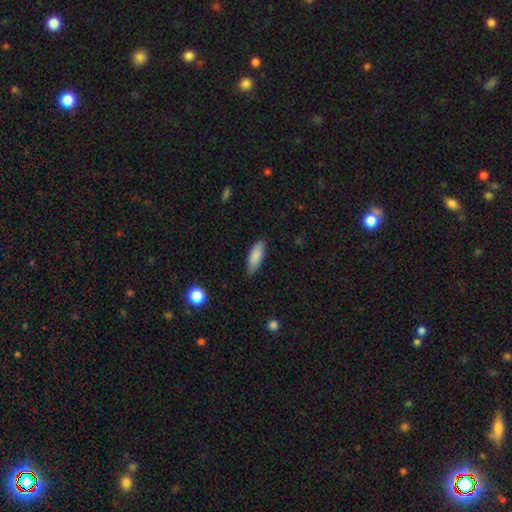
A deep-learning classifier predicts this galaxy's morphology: Smooth or featured? Predicted: smooth (p=0.85). How rounded? Predicted: in between (p=0.70). Merging? Predicted: none (p=0.78).